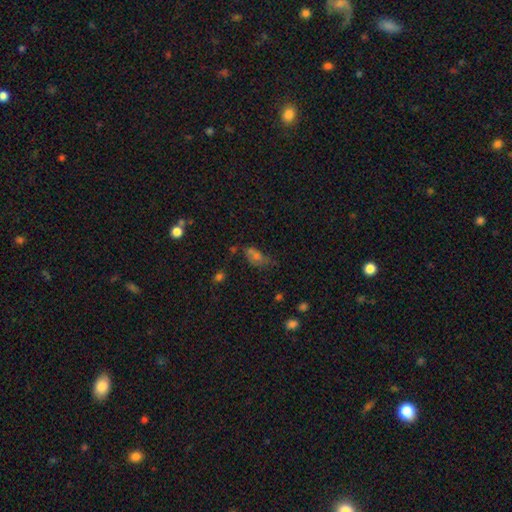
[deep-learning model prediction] smooth 53%, star or artifact 27%, featured or disk 20%. Down the decision tree: how rounded — in between (79%); merging — none (45%).